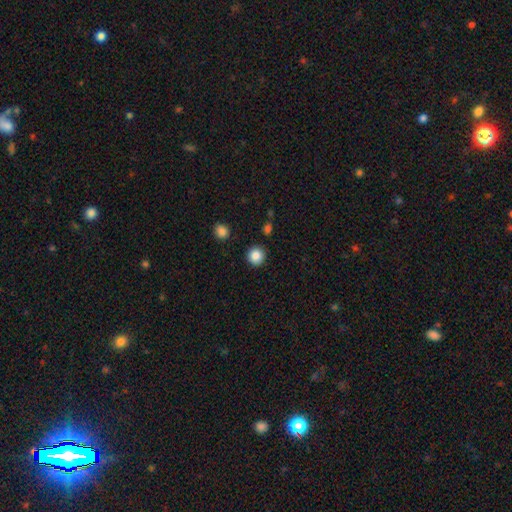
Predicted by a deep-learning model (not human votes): Q: Smooth or featured?
A: smooth (87%); runner-up: star or artifact (10%)
Q: How rounded?
A: round (93%); runner-up: in between (6%)
Q: Merging?
A: none (90%); runner-up: minor disturbance (6%)